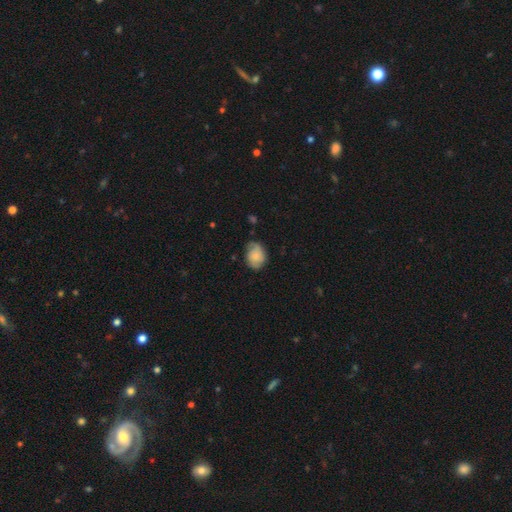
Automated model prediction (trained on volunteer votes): This is likely a smooth galaxy (64%). How rounded: likely in between (63%). Merging: possibly none (58%).